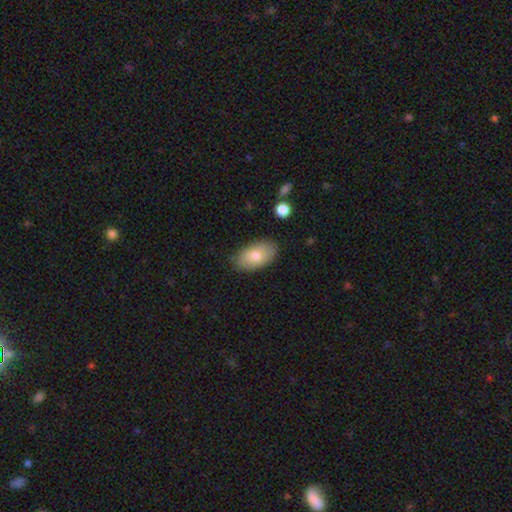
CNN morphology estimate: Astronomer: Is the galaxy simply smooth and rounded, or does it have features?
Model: smooth — 76%.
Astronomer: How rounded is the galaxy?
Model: in between — 94%.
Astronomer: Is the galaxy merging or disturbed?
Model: none — 82%.